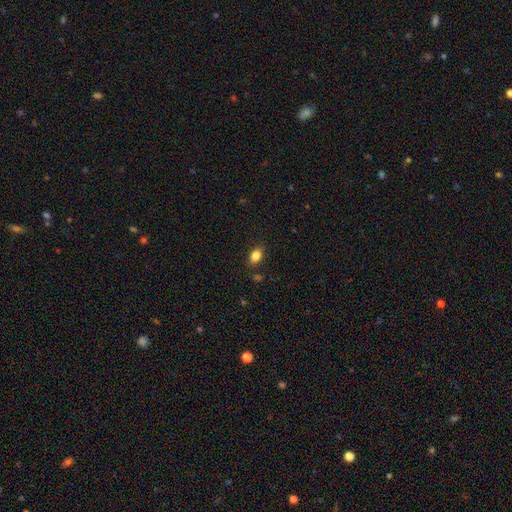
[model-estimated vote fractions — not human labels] Q: Smooth or featured?
A: smooth (84%); runner-up: star or artifact (9%)
Q: How rounded?
A: in between (84%); runner-up: round (14%)
Q: Merging?
A: none (85%); runner-up: minor disturbance (11%)